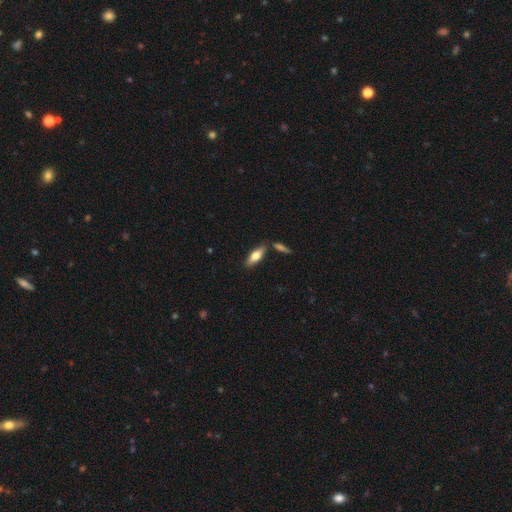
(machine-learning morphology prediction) Smooth or featured: smooth — 70% (featured or disk — 24%)
How rounded: in between — 64% (cigar-shaped — 34%)
Merging: none — 79% (minor disturbance — 10%)